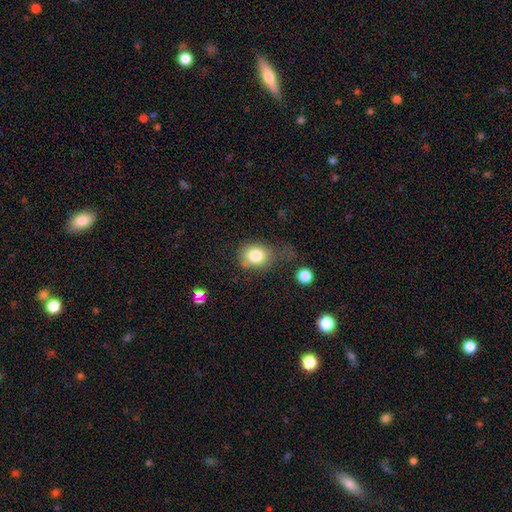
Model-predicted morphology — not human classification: Overall: smooth (82%). How rounded: round (54%; in between 45%). Merging: none (49%; minor disturbance 28%).